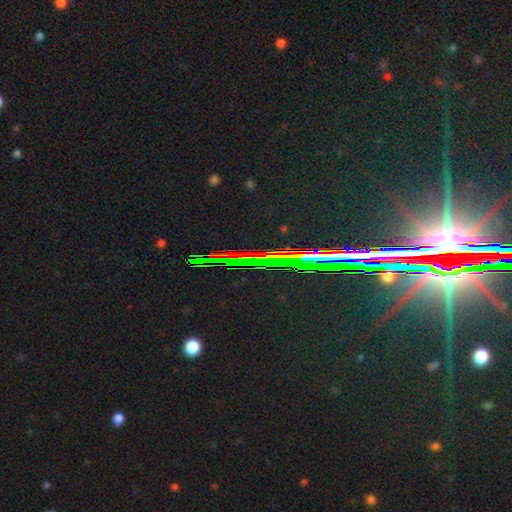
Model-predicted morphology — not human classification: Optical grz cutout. It shows a star or artifact, not a galaxy (80%).